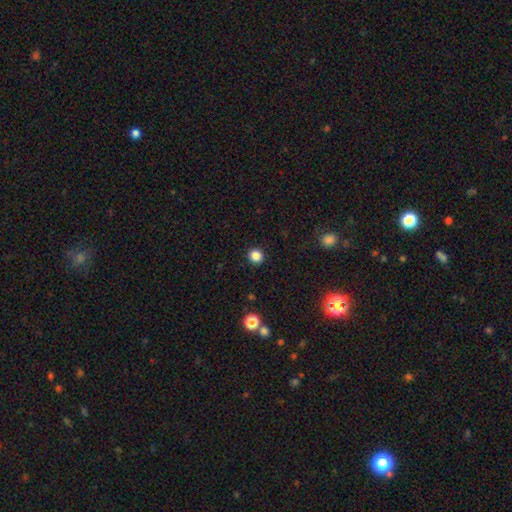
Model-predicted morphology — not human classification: smooth 85%, star or artifact 12%, featured or disk 3%. Down the decision tree: how rounded — round (93%); merging — none (92%).